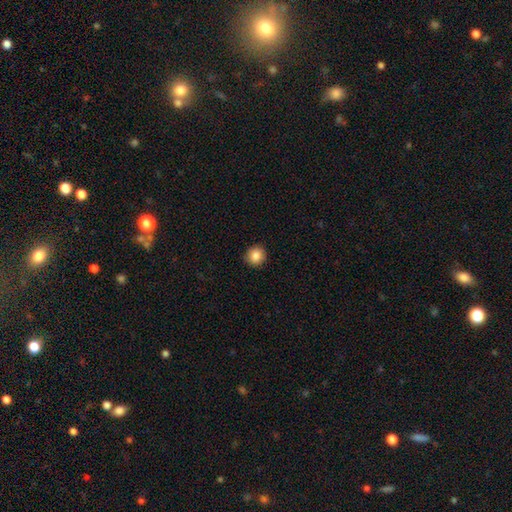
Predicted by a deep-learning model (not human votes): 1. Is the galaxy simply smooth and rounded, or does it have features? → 87% smooth, 9% star or artifact, 4% featured or disk.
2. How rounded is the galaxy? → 88% round, 11% in between, 1% cigar-shaped.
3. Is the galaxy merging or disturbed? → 89% none, 8% minor disturbance, 2% major disturbance, 1% merger.